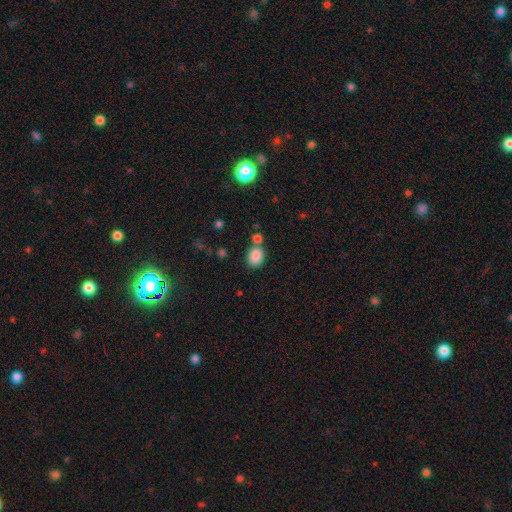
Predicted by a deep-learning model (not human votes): Smooth or featured? Predicted: smooth (p=0.86). How rounded? Predicted: in between (p=0.56). Merging? Predicted: none (p=0.62).